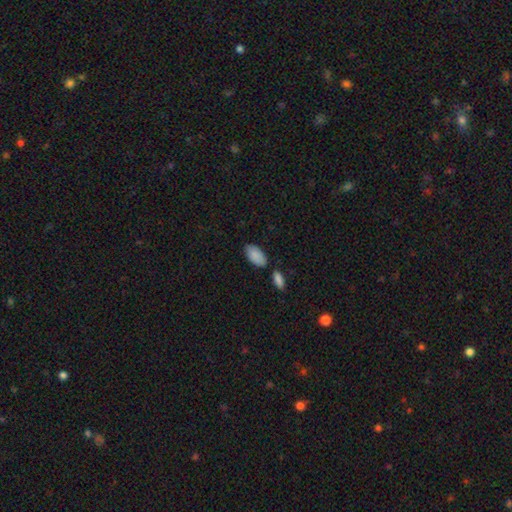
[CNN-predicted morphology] Overall: smooth (88%). How rounded: in between (94%). Merging: none (72%).